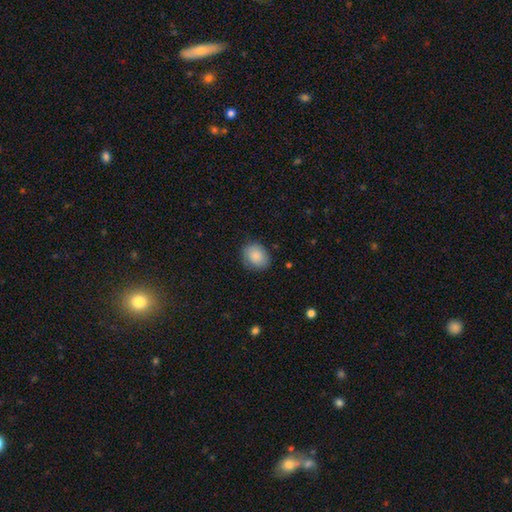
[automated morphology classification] smooth-or-featured: smooth: 86% | featured or disk: 7% | star or artifact: 7%
  how-rounded: in between: 54% | round: 45% | cigar-shaped: 1%
  merging: none: 80% | minor disturbance: 15% | major disturbance: 3% | merger: 1%